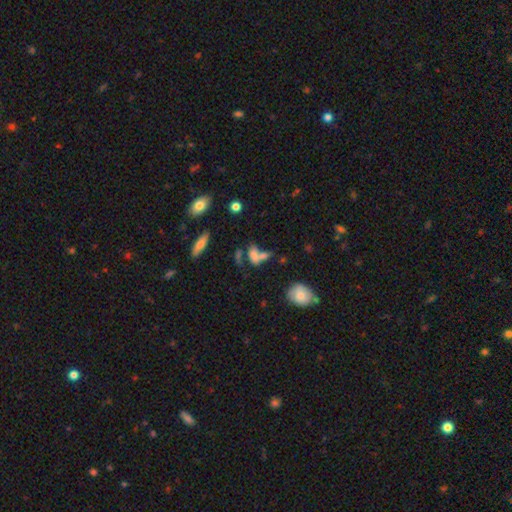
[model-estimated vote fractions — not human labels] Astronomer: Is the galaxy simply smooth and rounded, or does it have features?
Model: smooth — 65%.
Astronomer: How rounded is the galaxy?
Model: in between — 73%.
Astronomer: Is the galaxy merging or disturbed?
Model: merger — 49% (runner-up: none, 28%).